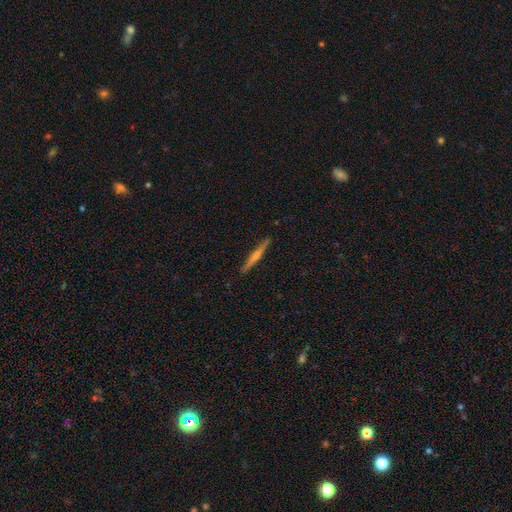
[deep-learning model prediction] Smooth or featured? Predicted: featured or disk (p=0.67). Edge-on disk? Predicted: yes (p=0.98). Edge-on bulge? Predicted: rounded (p=0.74). Merging? Predicted: none (p=0.91).